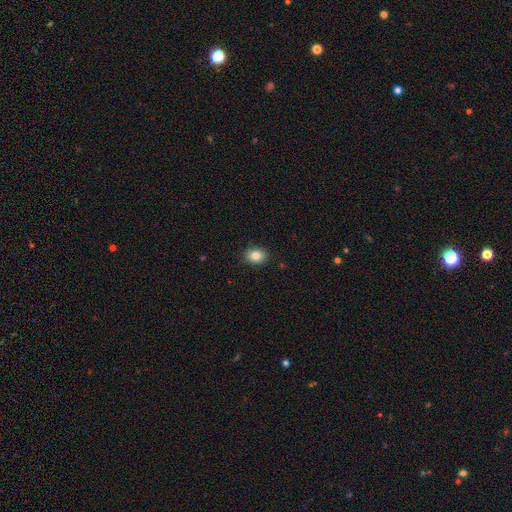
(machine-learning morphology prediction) The model was most divided on "how rounded": in between: 62%, round: 37%, cigar-shaped: 1%. More confident: merging — none (89%); smooth or featured — smooth (83%).